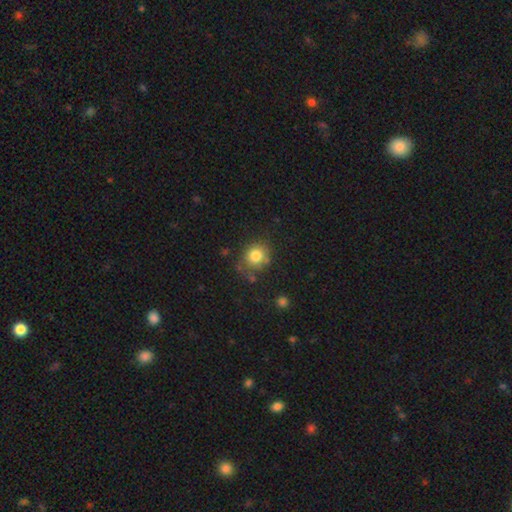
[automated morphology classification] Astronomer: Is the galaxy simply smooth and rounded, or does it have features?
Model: smooth — 80%.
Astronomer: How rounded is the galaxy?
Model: round — 79%.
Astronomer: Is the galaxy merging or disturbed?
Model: none — 71%.